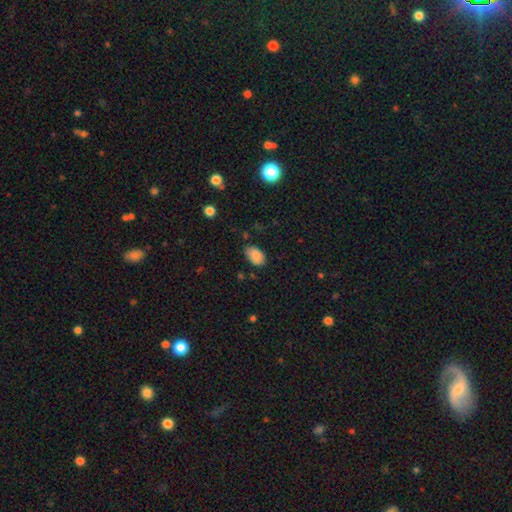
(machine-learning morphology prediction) Q: Smooth or featured?
A: smooth (85%); runner-up: star or artifact (8%)
Q: How rounded?
A: in between (92%); runner-up: round (6%)
Q: Merging?
A: none (74%); runner-up: minor disturbance (21%)